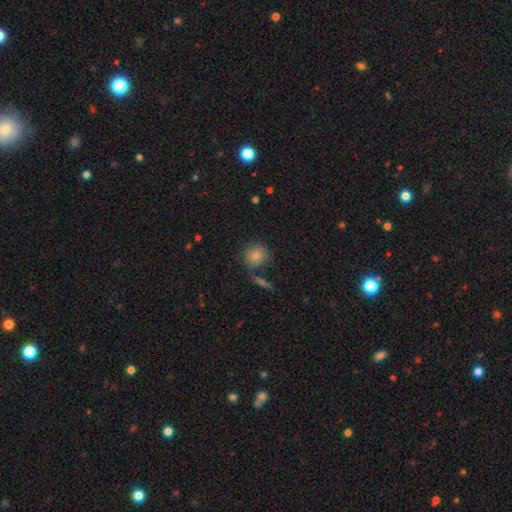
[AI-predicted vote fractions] Smooth or featured? Predicted: smooth (p=0.73). How rounded? Predicted: round (p=0.89). Merging? Predicted: none (p=0.74).